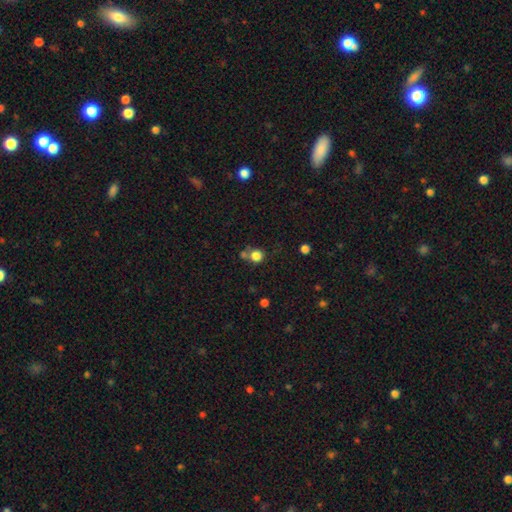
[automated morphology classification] type=smooth (81%); roundness=round (87%); merging=none (57%).